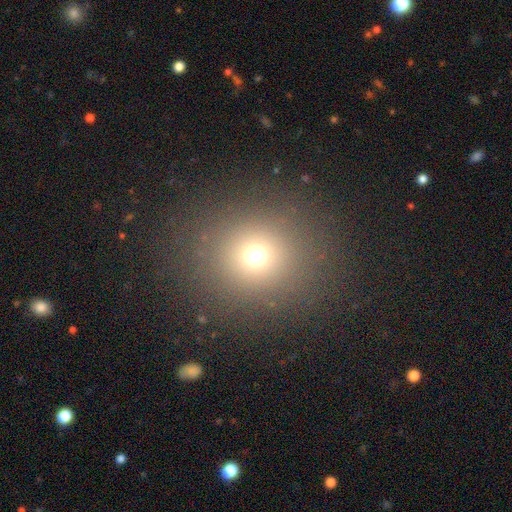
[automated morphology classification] Smooth or featured: smooth — 69% (star or artifact — 22%)
How rounded: round — 84% (in between — 15%)
Merging: none — 84% (minor disturbance — 8%)